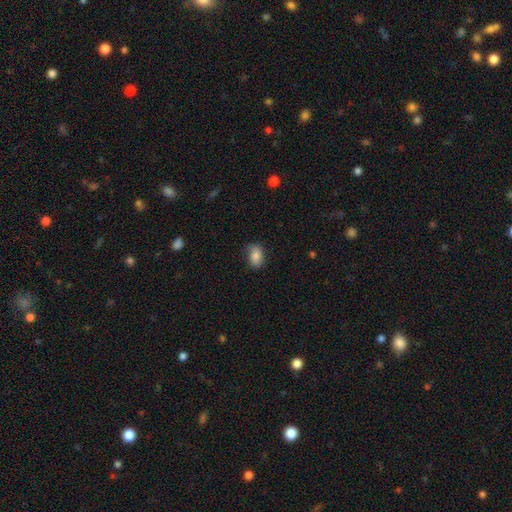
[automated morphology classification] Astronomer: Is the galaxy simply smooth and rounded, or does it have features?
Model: smooth — 82%.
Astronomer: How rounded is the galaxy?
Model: in between — 86%.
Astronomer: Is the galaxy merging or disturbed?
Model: none — 72%.